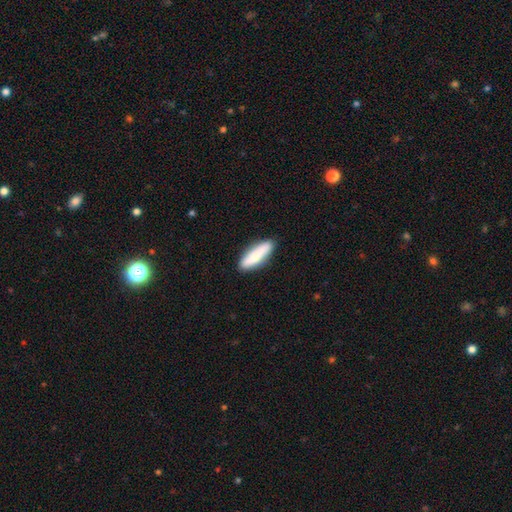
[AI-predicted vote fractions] Smooth or featured? Predicted: smooth (p=0.72). How rounded? Predicted: cigar-shaped (p=0.60). Merging? Predicted: none (p=0.87).